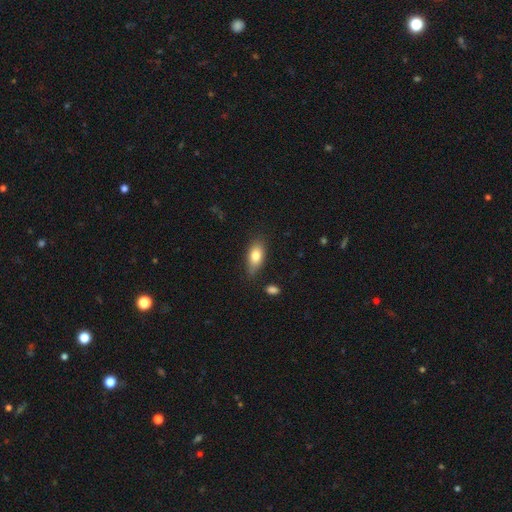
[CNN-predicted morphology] Overall: smooth (79%). How rounded: in between (87%). Merging: none (73%).